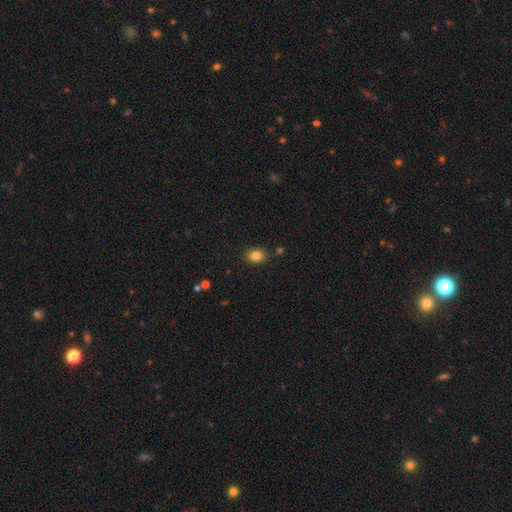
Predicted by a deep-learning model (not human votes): smooth_or_featured: smooth (p=0.84) [alt: star or artifact p=0.11]
how_rounded: in between (p=0.57) [alt: round p=0.42]
merging: none (p=0.83) [alt: minor disturbance p=0.11]